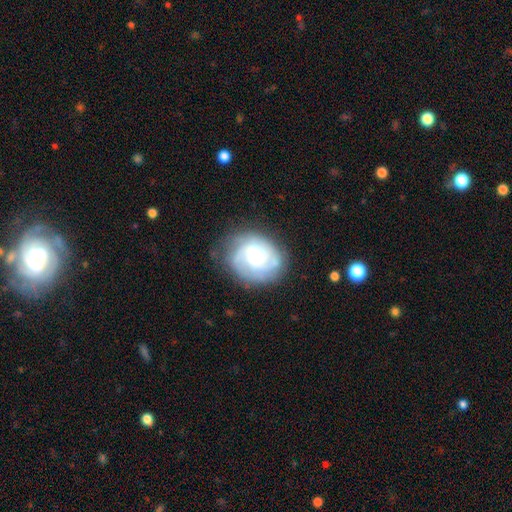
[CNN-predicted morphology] Smooth or featured?
  - featured or disk: 66% *
  - smooth: 27%
  - star or artifact: 7%
Edge-on disk?
  - no: 97% *
  - yes: 3%
Bar?
  - no: 66% *
  - weak: 29%
  - strong: 5%
Spiral arms?
  - yes: 87% *
  - no: 13%
Spiral winding?
  - tight: 48% *
  - medium: 37%
  - loose: 15%
Spiral arm count?
  - can't tell: 31% *
  - 2: 29%
  - 3: 24%
  - 1: 8%
  - 4: 5%
  - more than 4: 4%
Bulge size?
  - moderate: 61% *
  - large: 23%
  - small: 12%
  - dominant: 2%
  - none: 2%
Merging?
  - none: 69% *
  - minor disturbance: 20%
  - major disturbance: 9%
  - merger: 2%